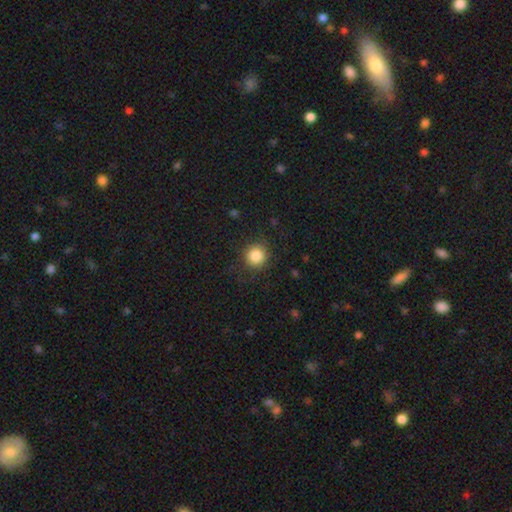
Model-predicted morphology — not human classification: This is clearly a smooth galaxy (85%). How rounded: clearly round (91%). Merging: clearly none (85%).